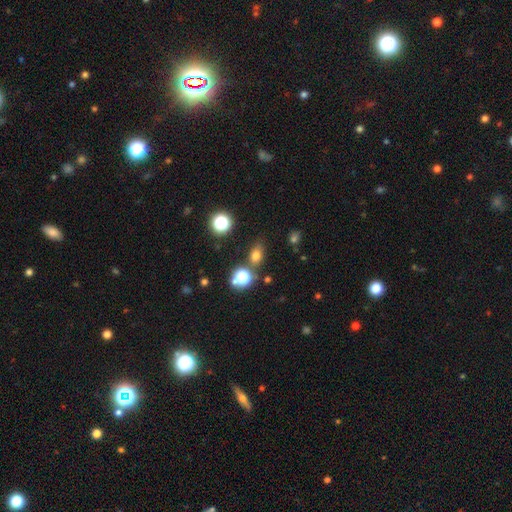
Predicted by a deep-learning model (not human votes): The model was most divided on "how rounded": in between: 58%, round: 40%, cigar-shaped: 2%. More confident: merging — none (71%); smooth or featured — smooth (70%).